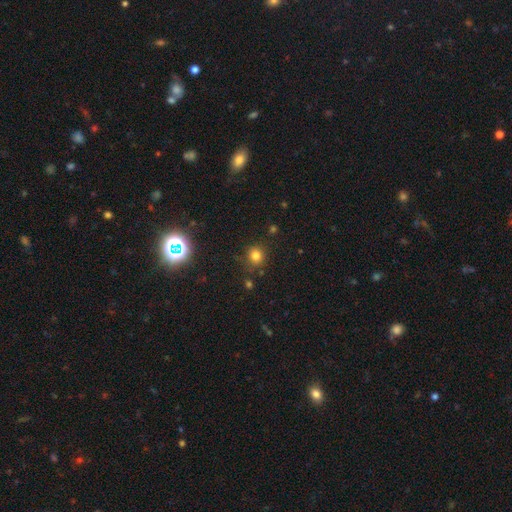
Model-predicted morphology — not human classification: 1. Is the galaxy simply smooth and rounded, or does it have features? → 77% smooth, 17% star or artifact, 6% featured or disk.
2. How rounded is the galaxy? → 89% round, 10% in between, 1% cigar-shaped.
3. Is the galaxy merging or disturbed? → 82% none, 11% minor disturbance, 4% major disturbance, 3% merger.